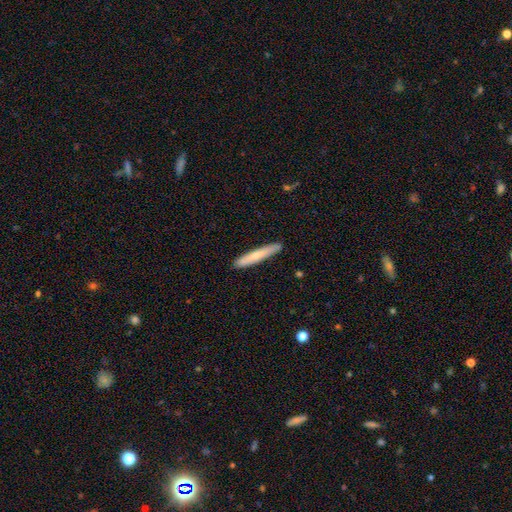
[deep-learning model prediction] Q: Smooth or featured?
A: smooth (69%); runner-up: featured or disk (26%)
Q: How rounded?
A: cigar-shaped (95%); runner-up: in between (4%)
Q: Merging?
A: none (89%); runner-up: minor disturbance (8%)